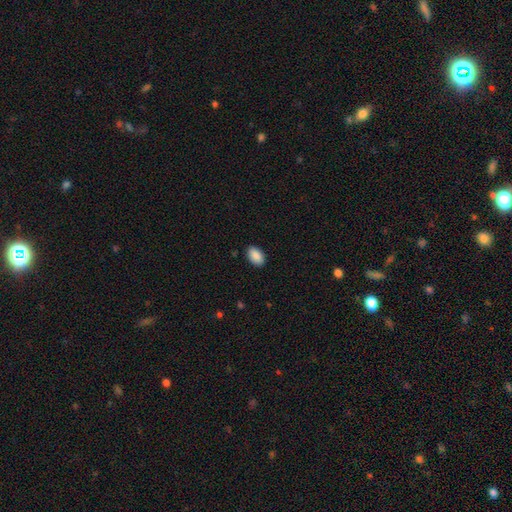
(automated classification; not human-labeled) Smooth or featured? smooth (90%)
How rounded? in between (93%)
Merging? none (89%)